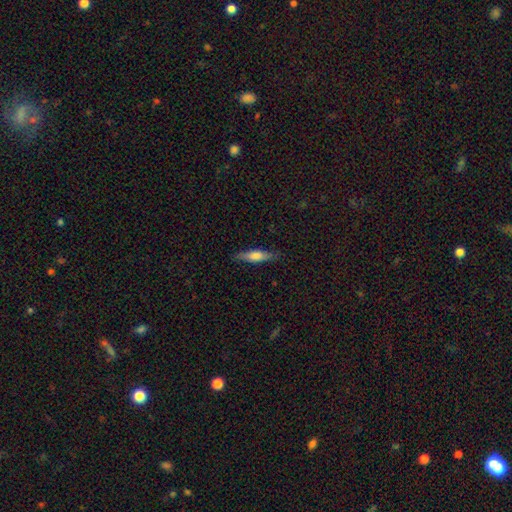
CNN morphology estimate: This appears to be a smooth galaxy with no disk features (60%) that is cigar-shaped (71%). Merging: none (84%).